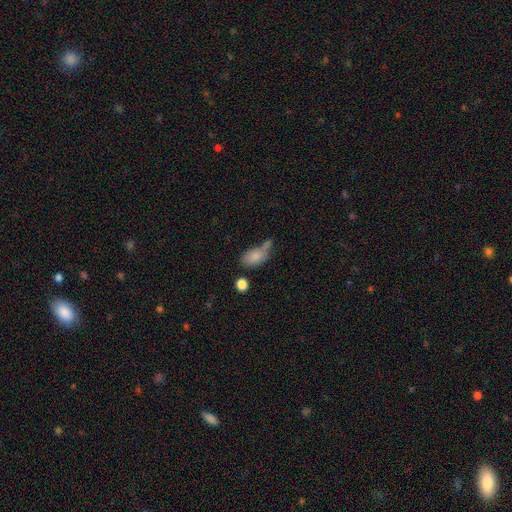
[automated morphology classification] Smooth or featured: smooth — 80% (featured or disk — 12%)
How rounded: in between — 88% (round — 9%)
Merging: none — 35% (merger — 27%)